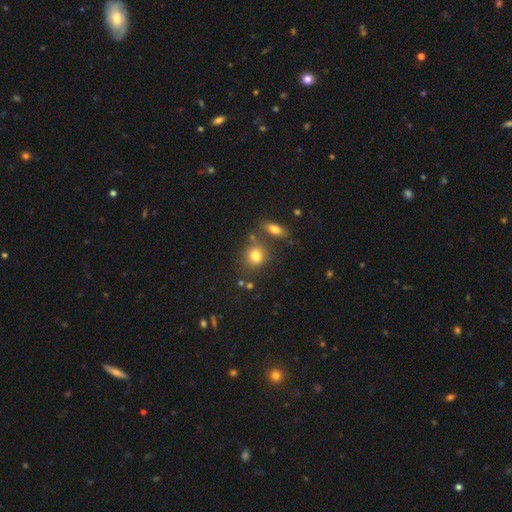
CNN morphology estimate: type=smooth (79%); roundness=round (71%); merging=none (66%).